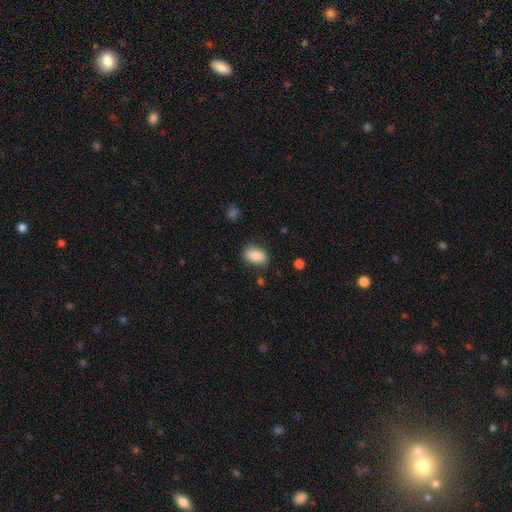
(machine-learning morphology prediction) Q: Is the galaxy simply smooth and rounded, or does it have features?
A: smooth — 87%.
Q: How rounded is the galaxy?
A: in between — 87%.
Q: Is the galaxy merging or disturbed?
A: none — 78%.